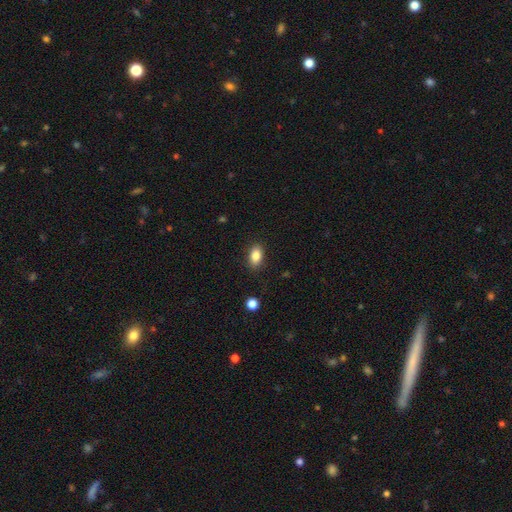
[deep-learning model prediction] A smooth galaxy with no disk features (85%) that is in between round and cigar-shaped (87%).

Vote fractions:
- Smooth or featured? smooth: 85% / star or artifact: 9% / featured or disk: 6%
- How rounded? in between: 87% / round: 11% / cigar-shaped: 2%
- Merging? none: 86% / minor disturbance: 10% / major disturbance: 3% / merger: 1%